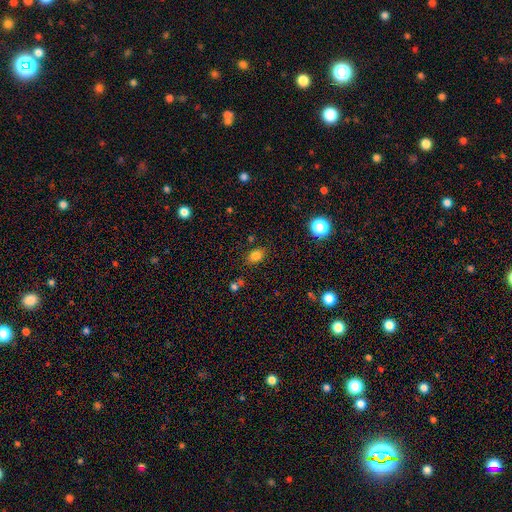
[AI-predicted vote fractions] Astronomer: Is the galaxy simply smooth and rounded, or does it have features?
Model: smooth — 80%.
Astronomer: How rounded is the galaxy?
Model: in between — 67%.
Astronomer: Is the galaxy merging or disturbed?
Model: none — 81%.